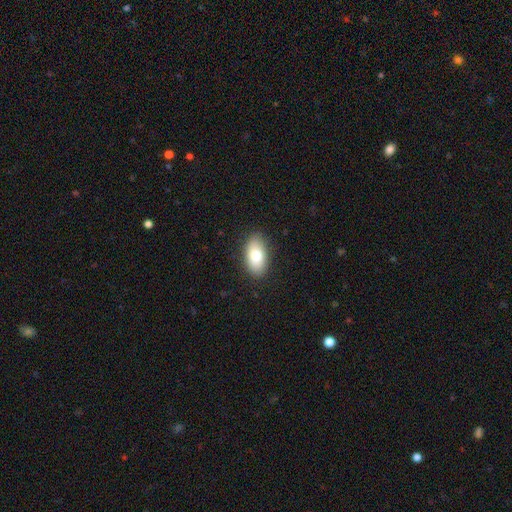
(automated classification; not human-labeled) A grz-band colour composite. It shows a smooth galaxy with no disk features (82%) that is in between round and cigar-shaped (93%). Merging: none (85%).